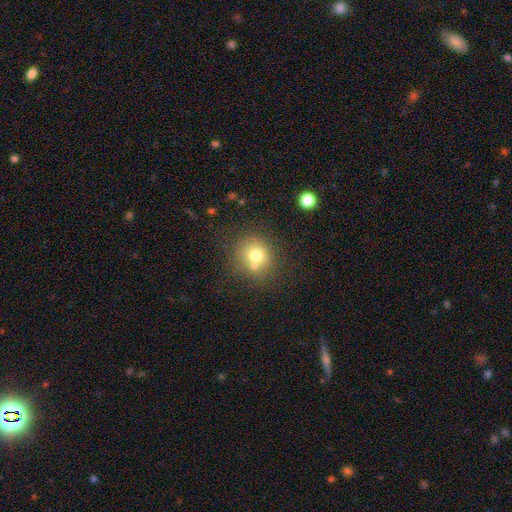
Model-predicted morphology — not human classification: smooth_or_featured: smooth (p=0.71) [alt: featured or disk p=0.15]
how_rounded: round (p=0.87) [alt: in between p=0.13]
merging: none (p=0.60) [alt: merger p=0.25]